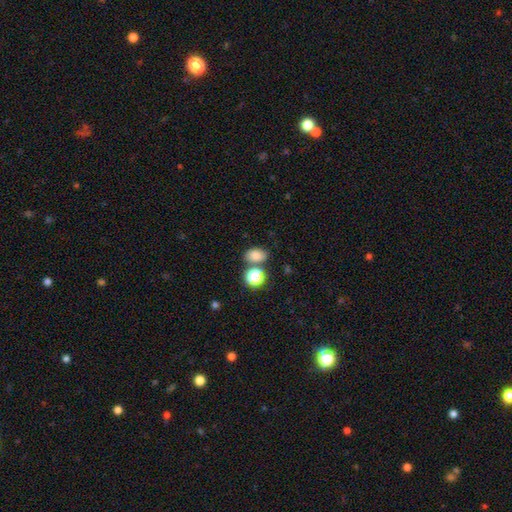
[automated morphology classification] Smooth or featured? smooth (79%)
How rounded? in between (72%)
Merging? none (67%)